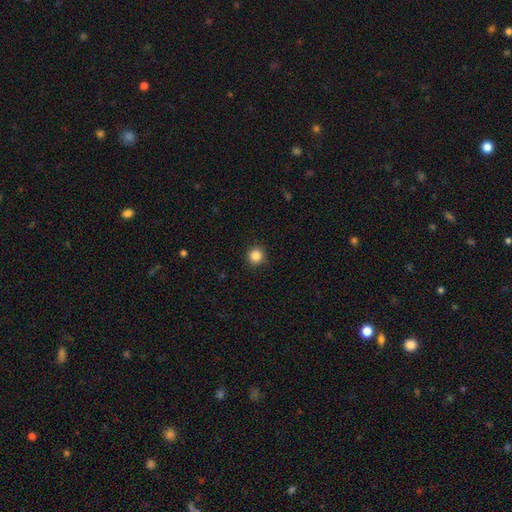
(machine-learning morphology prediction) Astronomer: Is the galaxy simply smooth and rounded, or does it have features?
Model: smooth — 86%.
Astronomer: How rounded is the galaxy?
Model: round — 95%.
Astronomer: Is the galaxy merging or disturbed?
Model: none — 90%.